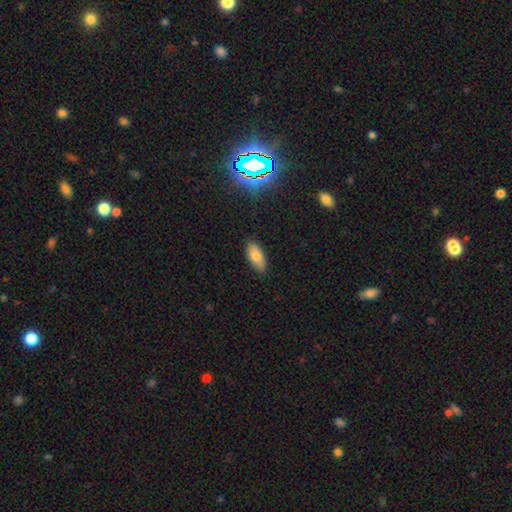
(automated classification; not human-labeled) The model was most divided on "smooth or featured": smooth: 79%, featured or disk: 12%, star or artifact: 8%. More confident: how rounded — in between (86%); merging — none (83%).